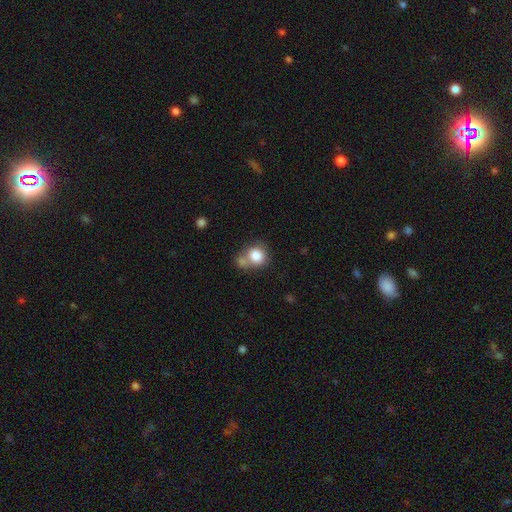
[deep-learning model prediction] A smooth galaxy with no disk features (82%) that is round (78%). Merging: none (43%).